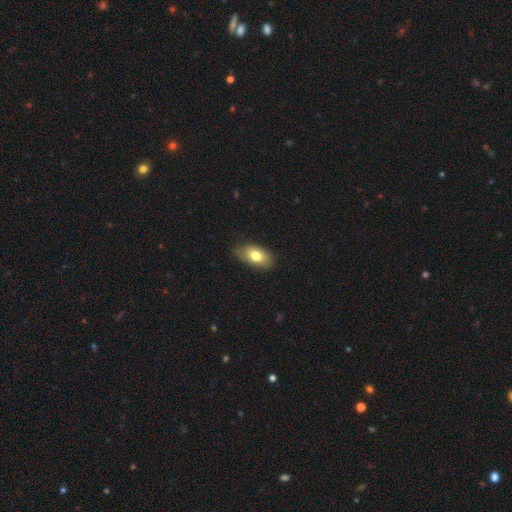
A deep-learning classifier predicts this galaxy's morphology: Smooth or featured?
  - smooth: 76% *
  - featured or disk: 17%
  - star or artifact: 7%
How rounded?
  - in between: 91% *
  - round: 5%
  - cigar-shaped: 4%
Merging?
  - none: 80% *
  - minor disturbance: 16%
  - major disturbance: 3%
  - merger: 1%